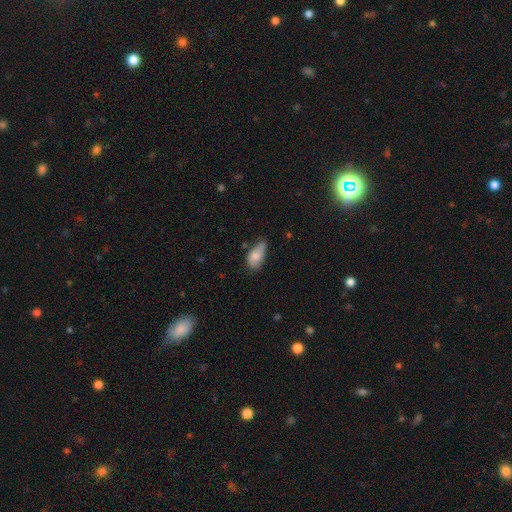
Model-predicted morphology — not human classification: This is likely a smooth galaxy (76%). How rounded: clearly in between (89%). Merging: marginally minor disturbance (44%).